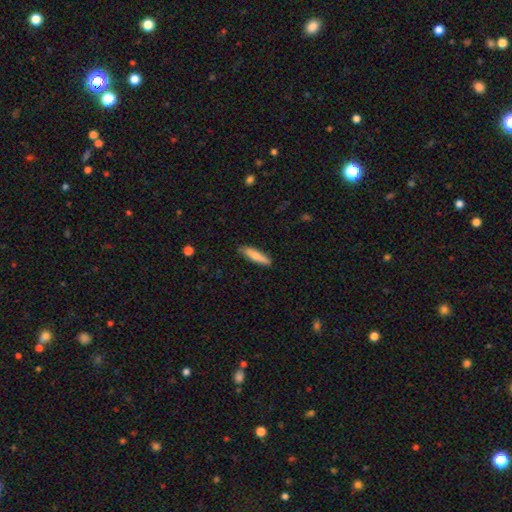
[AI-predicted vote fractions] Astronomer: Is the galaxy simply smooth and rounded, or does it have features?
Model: smooth — 76%.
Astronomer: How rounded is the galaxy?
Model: cigar-shaped — 79%.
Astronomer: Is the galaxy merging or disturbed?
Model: none — 85%.